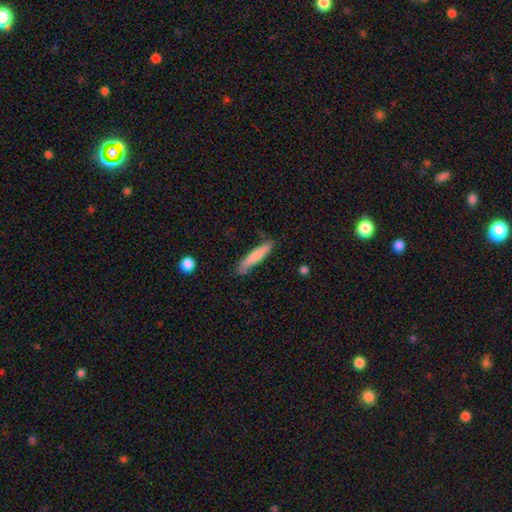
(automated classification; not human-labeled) A smooth galaxy with no disk features (77%) that is cigar-shaped (87%). Merging: none (75%).